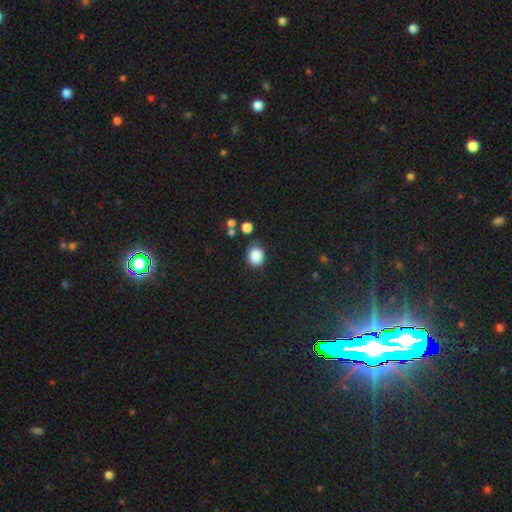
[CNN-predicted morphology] Smooth or featured?
  - smooth: 87% *
  - star or artifact: 10%
  - featured or disk: 4%
How rounded?
  - round: 56% *
  - in between: 43%
  - cigar-shaped: 1%
Merging?
  - none: 76% *
  - minor disturbance: 15%
  - merger: 5%
  - major disturbance: 4%